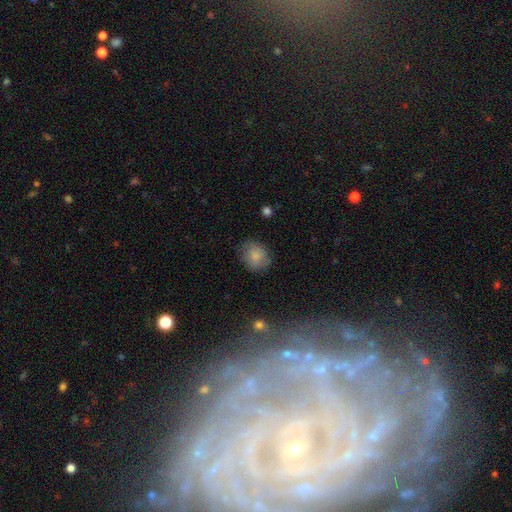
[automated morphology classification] smooth_or_featured: smooth (p=0.84) [alt: star or artifact p=0.08]
how_rounded: round (p=0.69) [alt: in between p=0.30]
merging: none (p=0.79) [alt: minor disturbance p=0.15]